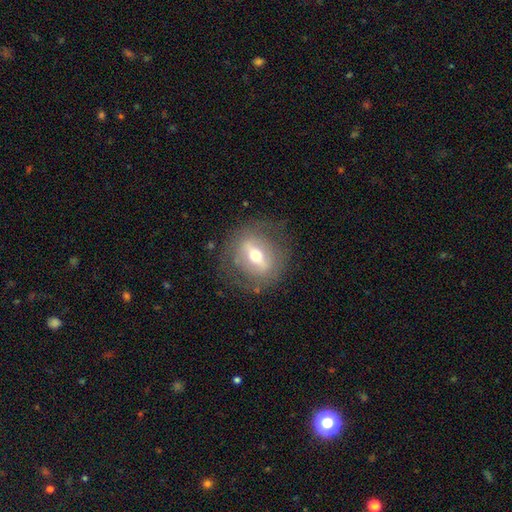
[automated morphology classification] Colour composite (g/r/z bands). It shows a featured or disk galaxy (67%). Merging: none (78%).